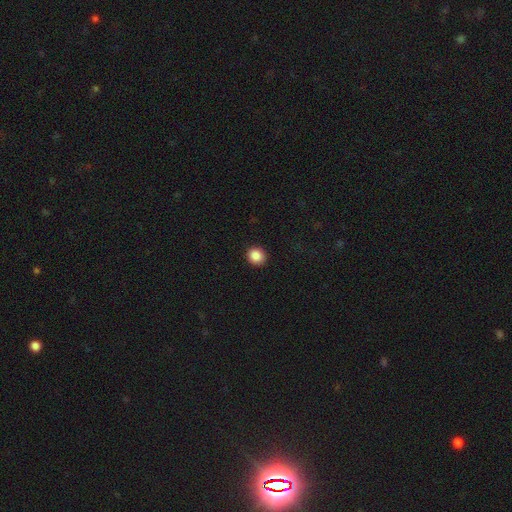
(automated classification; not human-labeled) The model was most divided on "how rounded": round: 87%, in between: 12%, cigar-shaped: 1%. More confident: merging — none (92%); smooth or featured — smooth (88%).